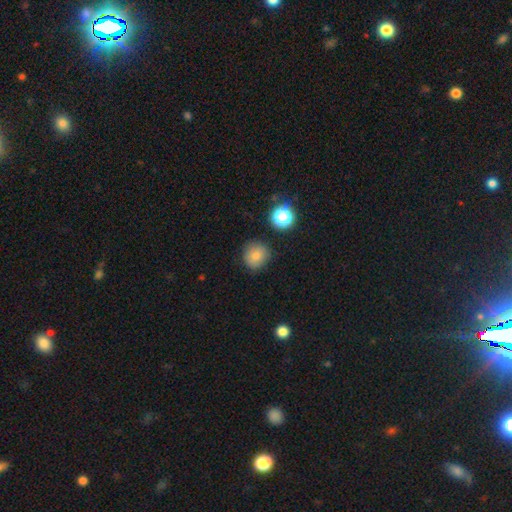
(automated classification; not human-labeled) Smooth or featured? smooth (81%)
How rounded? round (90%)
Merging? none (83%)